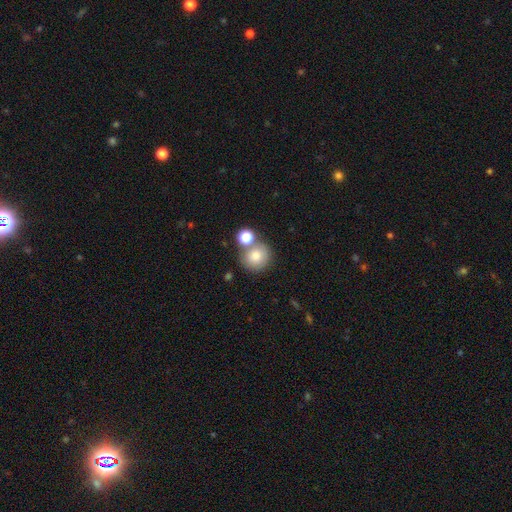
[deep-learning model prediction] Smooth or featured: smooth — 79% (featured or disk — 11%)
How rounded: round — 86% (in between — 13%)
Merging: none — 58% (merger — 27%)